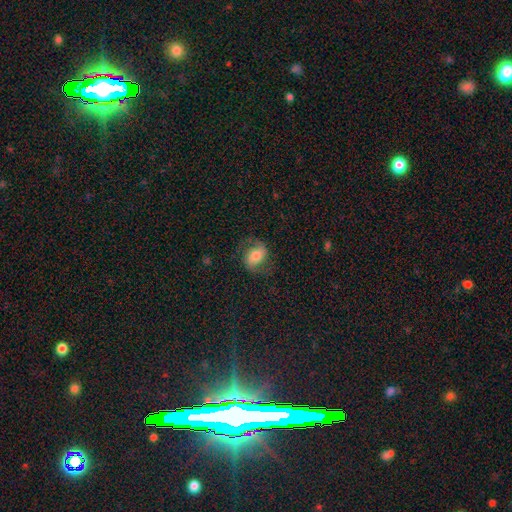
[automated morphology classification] The model was most divided on "smooth or featured": featured or disk: 52%, smooth: 39%, star or artifact: 9%. More confident: edge-on disk — no (96%); merging — none (70%).